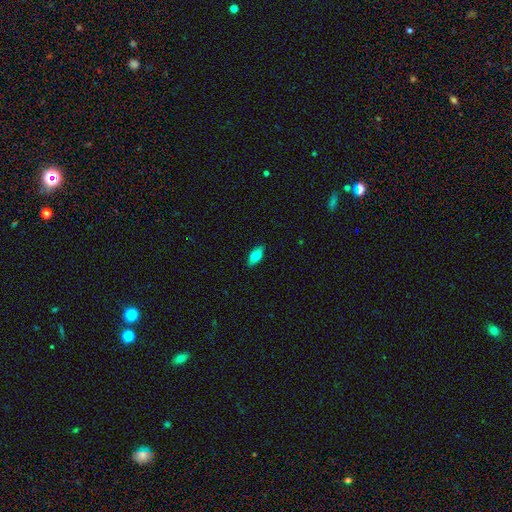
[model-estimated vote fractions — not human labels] smooth 72%, featured or disk 21%, star or artifact 7%. Down the decision tree: how rounded — in between (85%); merging — none (89%).